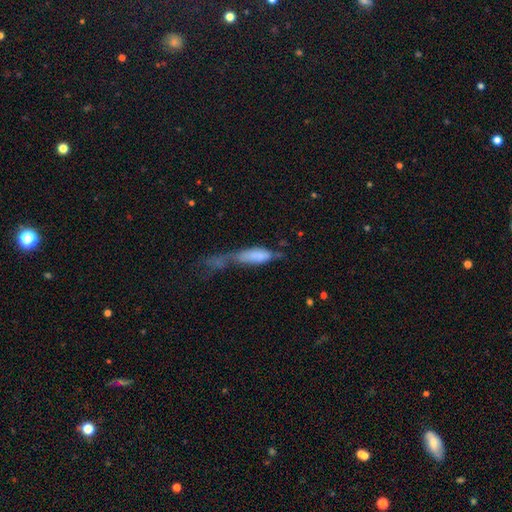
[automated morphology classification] Overall: smooth (67%). How rounded: in between (52%; cigar-shaped 45%). Merging: major disturbance (41%; merger 25%).